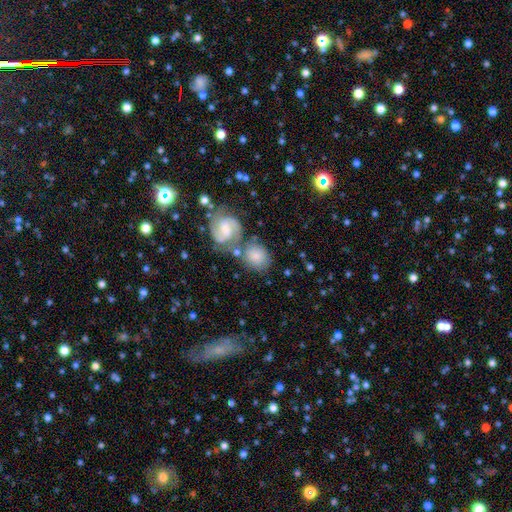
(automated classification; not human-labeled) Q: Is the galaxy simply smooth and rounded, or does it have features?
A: smooth — 62%.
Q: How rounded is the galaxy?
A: round — 64%.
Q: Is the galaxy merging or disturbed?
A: none — 51%.